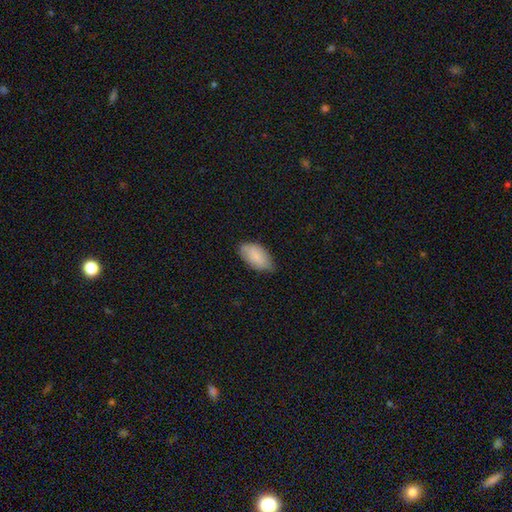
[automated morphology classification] Smooth or featured?
  - smooth: 85% *
  - featured or disk: 9%
  - star or artifact: 6%
How rounded?
  - in between: 95% *
  - cigar-shaped: 3%
  - round: 3%
Merging?
  - none: 67% *
  - minor disturbance: 28%
  - major disturbance: 4%
  - merger: 1%